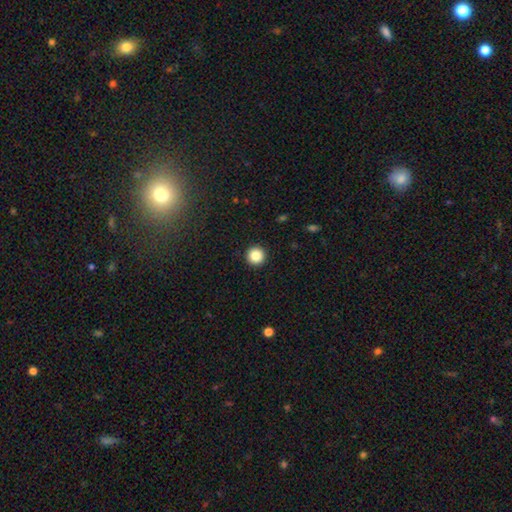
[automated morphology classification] This appears to be a smooth galaxy with no disk features (86%) that is round (96%). Merging: none (93%).